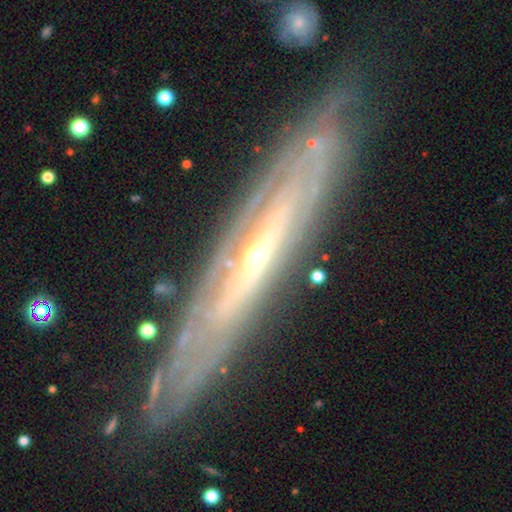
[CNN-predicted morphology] Smooth or featured: featured or disk — 75% (smooth — 14%)
Edge-on disk: yes — 70% (no — 30%)
Edge-on bulge: rounded — 50% (none — 46%)
Merging: none — 85% (minor disturbance — 11%)